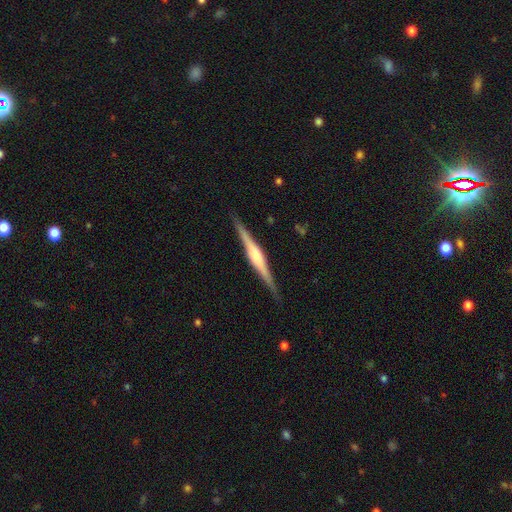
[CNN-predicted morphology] Overall: featured or disk (79%). Edge-on disk: yes (98%). Edge-on bulge: rounded (66%; boxy 26%). Merging: none (89%).